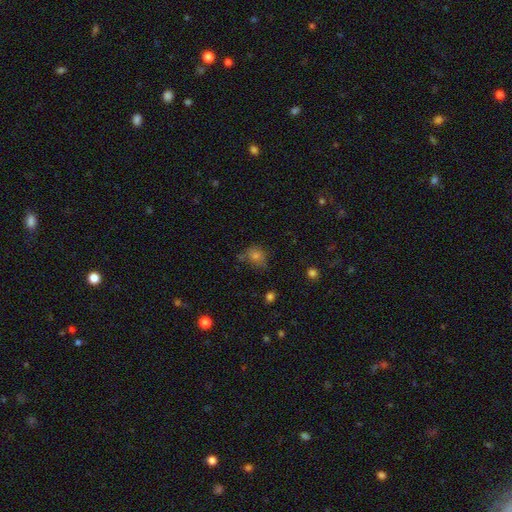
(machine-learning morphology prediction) A smooth galaxy with no disk features (72%) that is round (59%).

Vote fractions:
- Smooth or featured? smooth: 72% / star or artifact: 16% / featured or disk: 12%
- How rounded? round: 59% / in between: 39% / cigar-shaped: 1%
- Merging? none: 54% / minor disturbance: 28% / major disturbance: 11% / merger: 7%